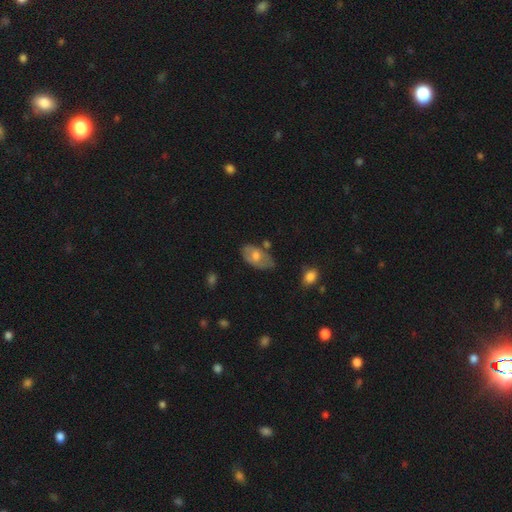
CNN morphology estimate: Smooth or featured? smooth (54%)
How rounded? in between (91%)
Merging? none (54%)